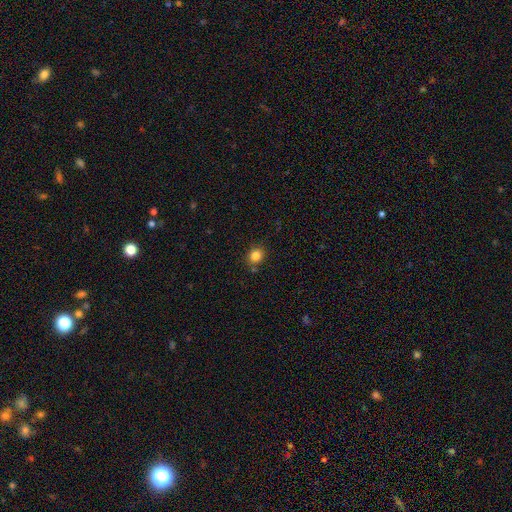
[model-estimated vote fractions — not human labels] A smooth galaxy with no disk features (83%) that is round (78%).

Vote fractions:
- Smooth or featured? smooth: 83% / star or artifact: 12% / featured or disk: 5%
- How rounded? round: 78% / in between: 21% / cigar-shaped: 1%
- Merging? none: 82% / minor disturbance: 10% / merger: 5% / major disturbance: 3%